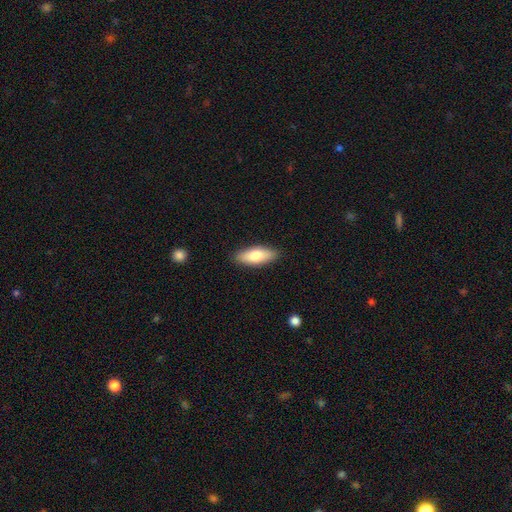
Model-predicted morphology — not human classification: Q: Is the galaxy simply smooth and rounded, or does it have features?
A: smooth — 74%.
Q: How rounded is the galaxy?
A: in between — 74%.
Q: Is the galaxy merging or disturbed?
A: none — 88%.